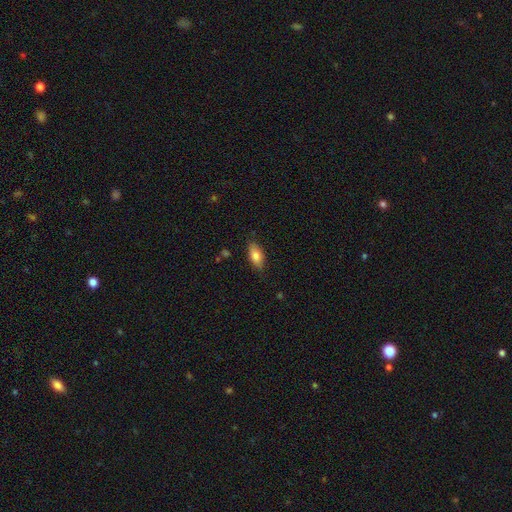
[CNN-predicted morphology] This is likely a smooth galaxy (79%). How rounded: clearly in between (87%). Merging: clearly none (82%).